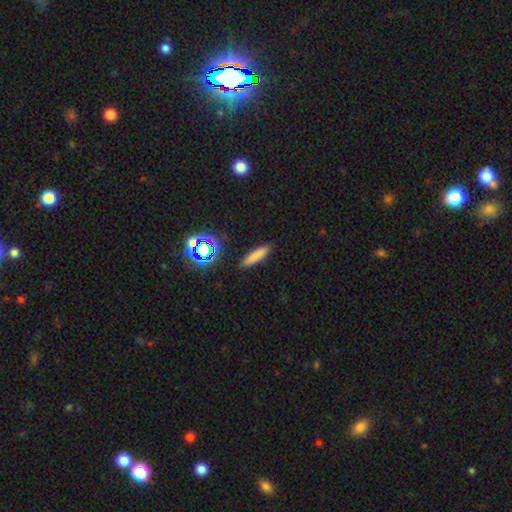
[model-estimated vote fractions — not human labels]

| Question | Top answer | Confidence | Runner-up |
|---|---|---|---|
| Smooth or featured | smooth | 77% | star or artifact (14%) |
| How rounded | cigar-shaped | 77% | in between (20%) |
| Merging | none | 89% | minor disturbance (7%) |